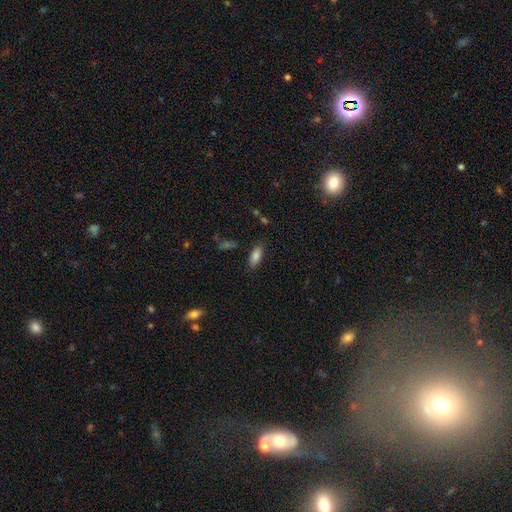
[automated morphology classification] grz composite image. It shows a smooth galaxy with no disk features (83%) that is in between round and cigar-shaped (86%). Merging: none (81%).